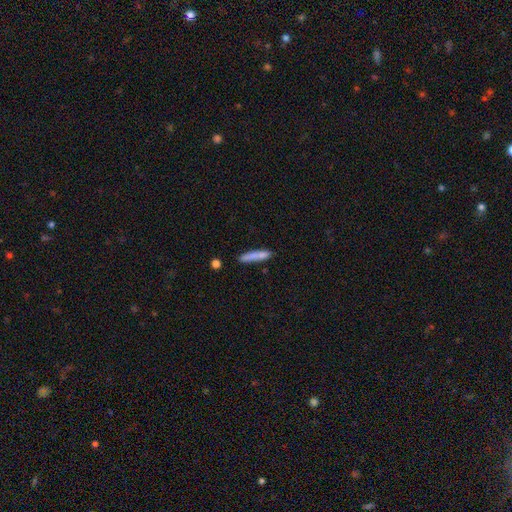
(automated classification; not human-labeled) The model was most divided on "merging": none: 77%, minor disturbance: 15%, merger: 5%, major disturbance: 3%. More confident: how rounded — cigar-shaped (90%); smooth or featured — smooth (80%).